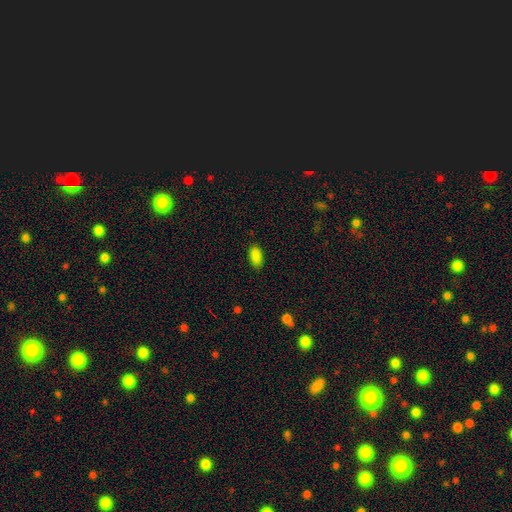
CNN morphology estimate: Smooth or featured?
  - smooth: 88% *
  - star or artifact: 9%
  - featured or disk: 3%
How rounded?
  - in between: 91% *
  - cigar-shaped: 6%
  - round: 3%
Merging?
  - none: 87% *
  - minor disturbance: 10%
  - major disturbance: 2%
  - merger: 1%